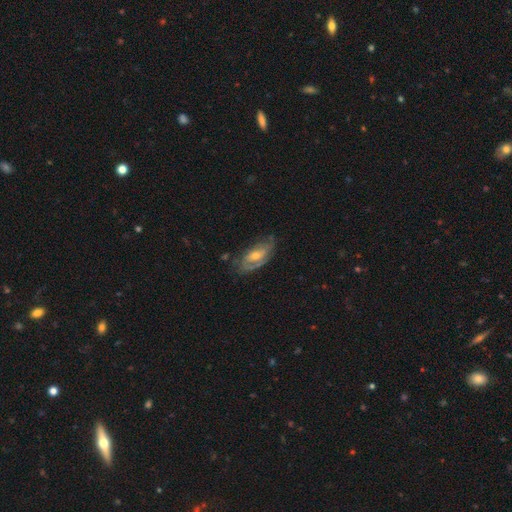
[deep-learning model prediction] smooth-or-featured: featured or disk: 69% | smooth: 24% | star or artifact: 6%
  disk-edge-on: no: 90% | yes: 10%
    bar: no: 50% | weak: 39% | strong: 12%
    has-spiral-arms: yes: 80% | no: 20%
    bulge-size: moderate: 53% | small: 41% | large: 3% | none: 2% | dominant: 1%
  merging: none: 65% | minor disturbance: 24% | major disturbance: 9% | merger: 2%